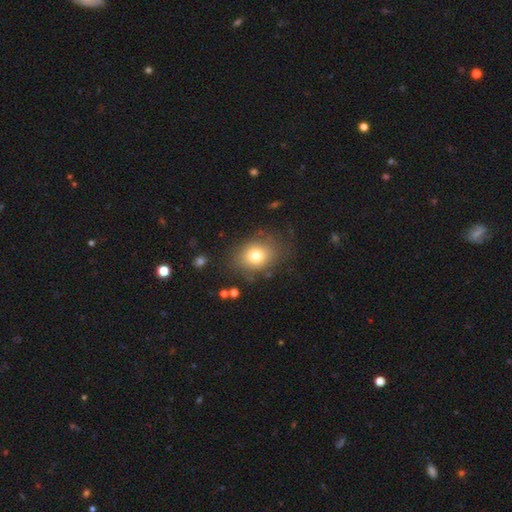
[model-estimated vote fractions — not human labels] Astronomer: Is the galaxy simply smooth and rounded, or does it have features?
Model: smooth — 76%.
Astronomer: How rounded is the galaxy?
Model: round — 52% (runner-up: in between, 47%).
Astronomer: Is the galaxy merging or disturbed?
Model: none — 74%.